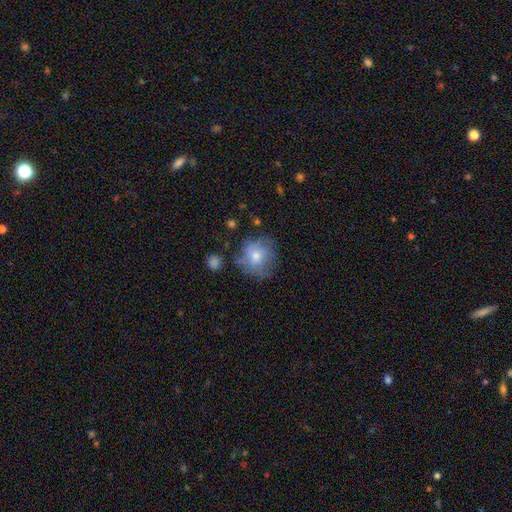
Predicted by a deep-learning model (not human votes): Q: Smooth or featured?
A: smooth (65%); runner-up: featured or disk (24%)
Q: How rounded?
A: round (84%); runner-up: in between (15%)
Q: Merging?
A: none (64%); runner-up: minor disturbance (23%)